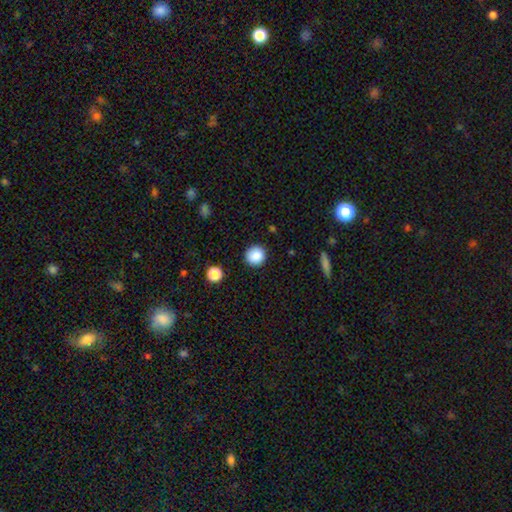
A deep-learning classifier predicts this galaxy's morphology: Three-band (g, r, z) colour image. It shows a smooth galaxy with no disk features (87%) that is round (93%). Merging: none (91%).